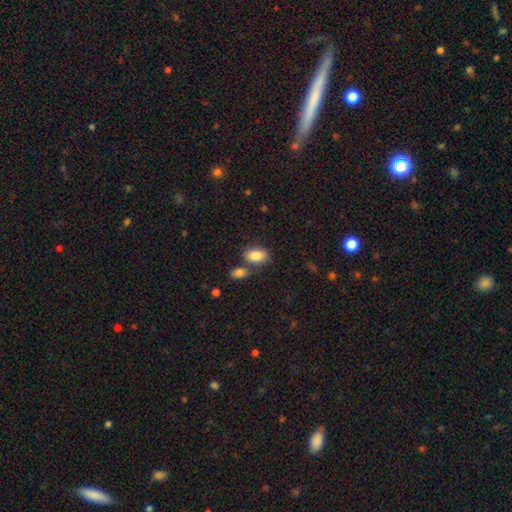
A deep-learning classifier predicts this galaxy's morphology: Smooth or featured? Predicted: smooth (p=0.86). How rounded? Predicted: in between (p=0.89). Merging? Predicted: none (p=0.65).